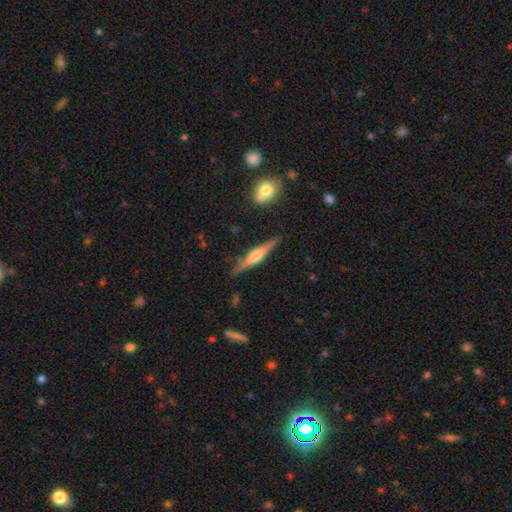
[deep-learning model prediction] Overall: featured or disk (69%). Edge-on disk: yes (97%). Edge-on bulge: rounded (84%). Merging: none (86%).